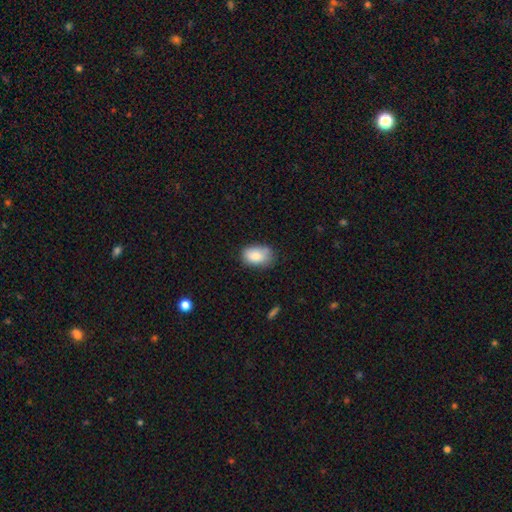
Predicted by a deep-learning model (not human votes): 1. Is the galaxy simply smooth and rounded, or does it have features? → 83% smooth, 9% featured or disk, 8% star or artifact.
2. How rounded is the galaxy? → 87% in between, 11% round, 1% cigar-shaped.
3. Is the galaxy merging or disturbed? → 65% none, 27% minor disturbance, 6% major disturbance, 2% merger.